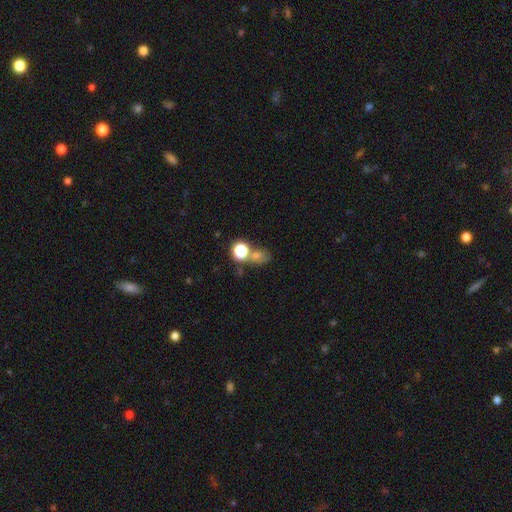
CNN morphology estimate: Overall: smooth (61%; star or artifact 27%). How rounded: round (60%; in between 38%). Merging: none (47%; merger 33%).